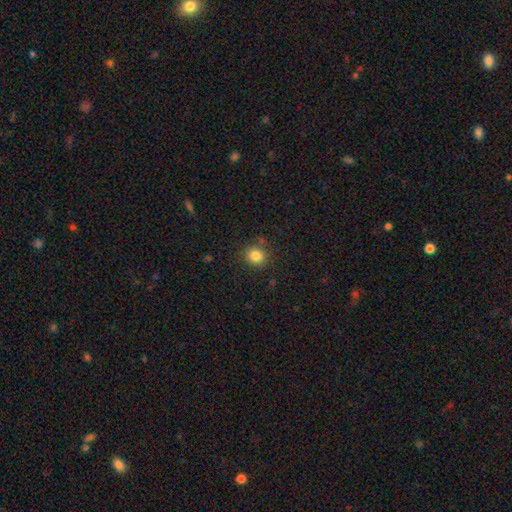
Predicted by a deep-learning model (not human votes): Morphology: type=smooth (83%); roundness=round (86%); merging=none (85%).